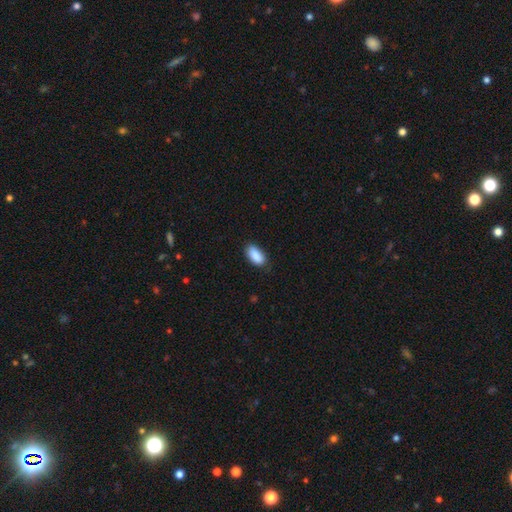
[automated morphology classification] Overall: smooth (89%). How rounded: in between (93%). Merging: none (80%).